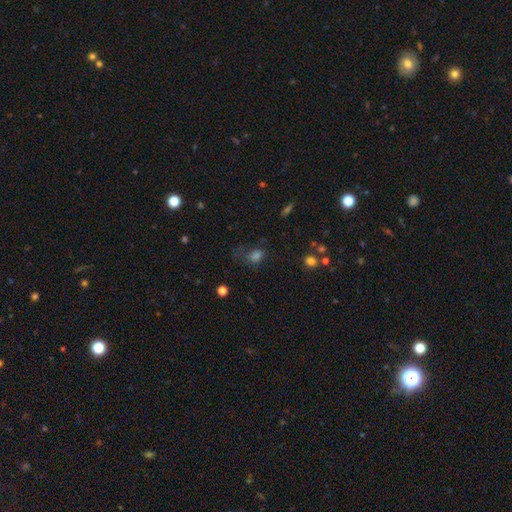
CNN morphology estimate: A smooth galaxy with no disk features (64%) that is in between round and cigar-shaped (50%). Merging: none (48%).